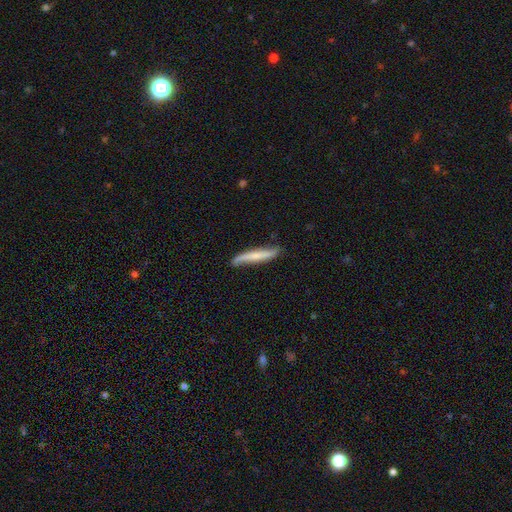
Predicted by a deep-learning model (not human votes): Smooth or featured? featured or disk (54%)
Edge-on disk? yes (65%)
Merging? none (68%)